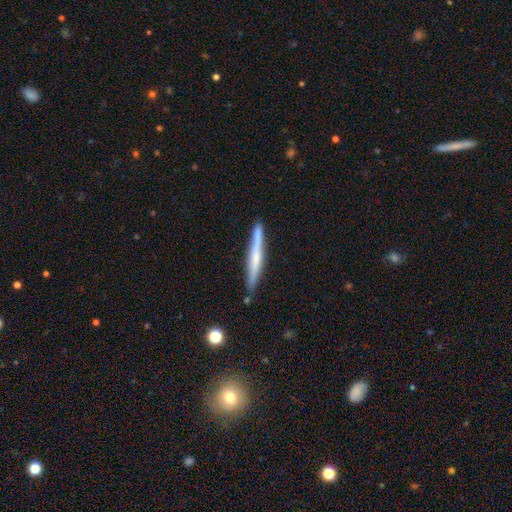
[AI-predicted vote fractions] smooth_or_featured: featured or disk (p=0.51) [alt: smooth p=0.42]
disk_edge_on: yes (p=0.97) [alt: no p=0.03]
merging: none (p=0.86) [alt: minor disturbance p=0.10]